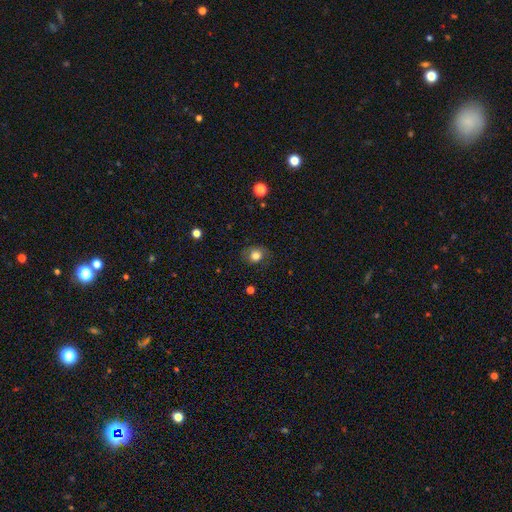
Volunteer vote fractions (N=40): smooth-or-featured: smooth: 88% | star or artifact: 8% | featured or disk: 5%
  how-rounded: round: 54% | in between: 46% | cigar-shaped: 0%
  merging: none: 81% | major disturbance: 11% | minor disturbance: 8% | merger: 0%